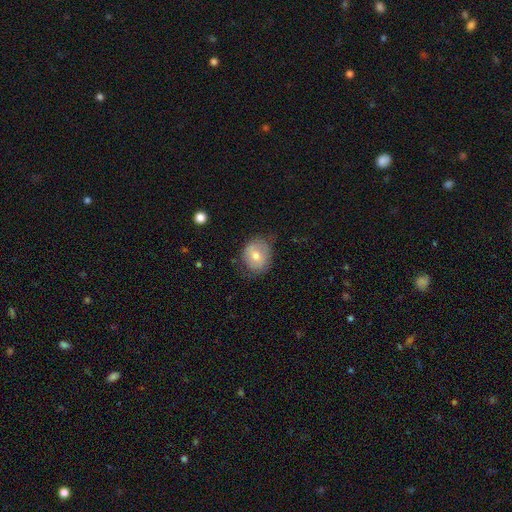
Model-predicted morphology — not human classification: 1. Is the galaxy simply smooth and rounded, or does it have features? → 66% smooth, 26% featured or disk, 9% star or artifact.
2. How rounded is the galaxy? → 68% round, 31% in between, 1% cigar-shaped.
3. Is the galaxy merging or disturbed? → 68% none, 24% minor disturbance, 7% major disturbance, 1% merger.